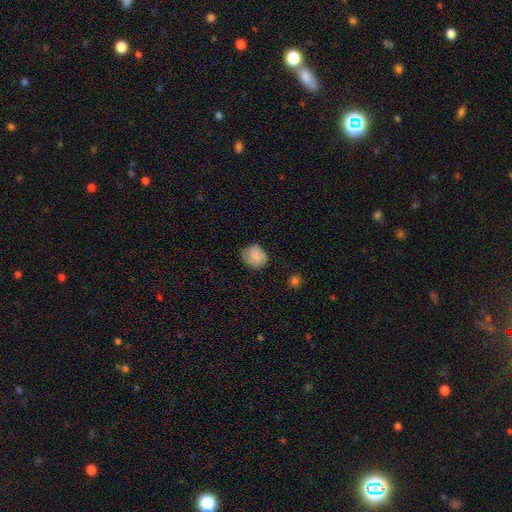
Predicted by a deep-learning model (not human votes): This appears to be a smooth galaxy with no disk features (81%) that is round (67%). Merging: none (62%).